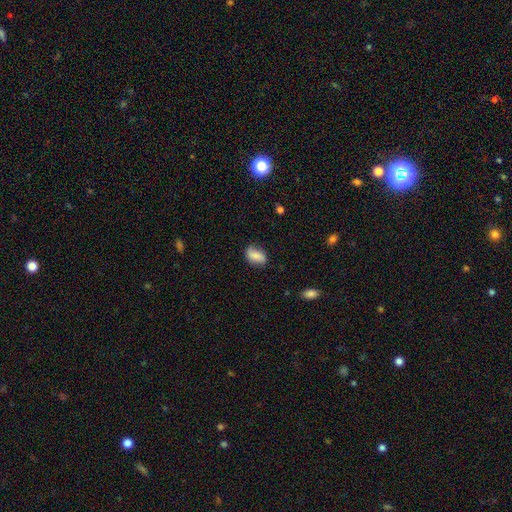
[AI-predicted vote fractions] A smooth galaxy with no disk features (78%) that is in between round and cigar-shaped (87%).

Vote fractions:
- Smooth or featured? smooth: 78% / featured or disk: 14% / star or artifact: 8%
- How rounded? in between: 87% / round: 10% / cigar-shaped: 4%
- Merging? none: 73% / minor disturbance: 21% / major disturbance: 5% / merger: 2%